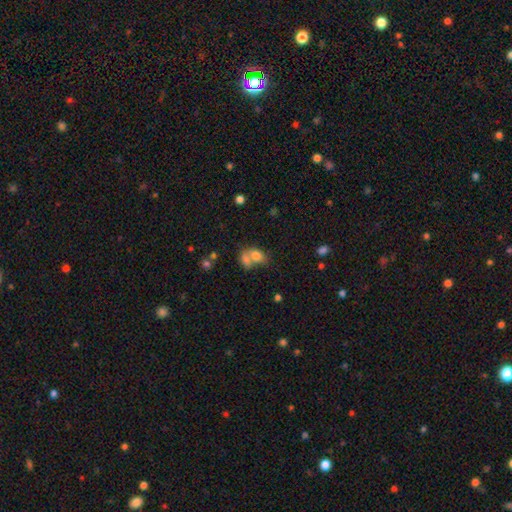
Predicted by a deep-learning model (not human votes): Smooth or featured? Predicted: smooth (p=0.76). How rounded? Predicted: in between (p=0.72). Merging? Predicted: merger (p=0.60).